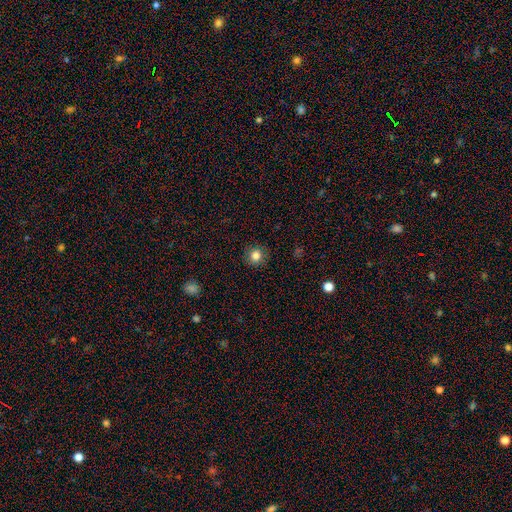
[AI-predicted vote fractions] Q: Smooth or featured?
A: smooth (83%); runner-up: star or artifact (11%)
Q: How rounded?
A: round (92%); runner-up: in between (7%)
Q: Merging?
A: none (90%); runner-up: minor disturbance (7%)